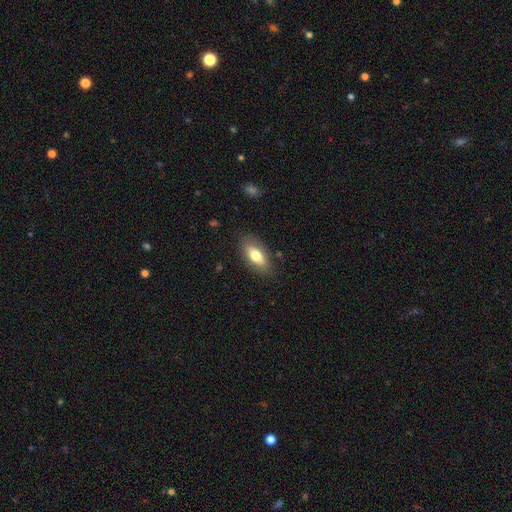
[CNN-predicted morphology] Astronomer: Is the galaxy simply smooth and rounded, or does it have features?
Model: smooth — 72%.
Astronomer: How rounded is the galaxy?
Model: in between — 84%.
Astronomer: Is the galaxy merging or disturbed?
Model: none — 82%.